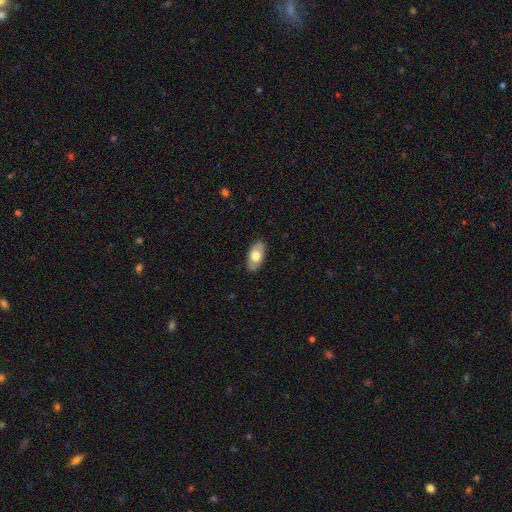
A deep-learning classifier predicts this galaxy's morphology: smooth_or_featured: smooth (p=0.71) [alt: featured or disk p=0.23]
how_rounded: in between (p=0.93) [alt: cigar-shaped p=0.04]
merging: none (p=0.87) [alt: minor disturbance p=0.10]